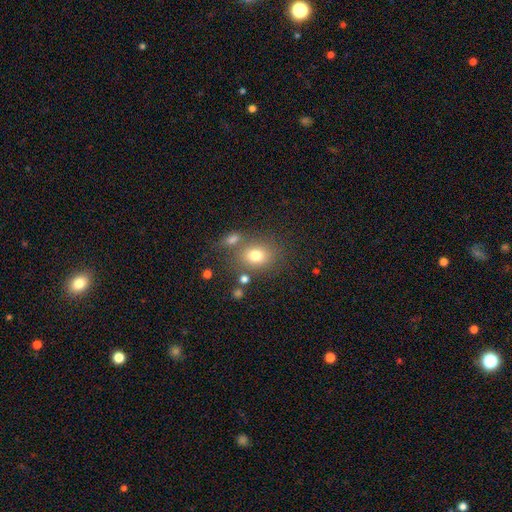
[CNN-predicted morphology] smooth 76%, star or artifact 13%, featured or disk 11%. Down the decision tree: how rounded — round (52%); merging — none (64%).